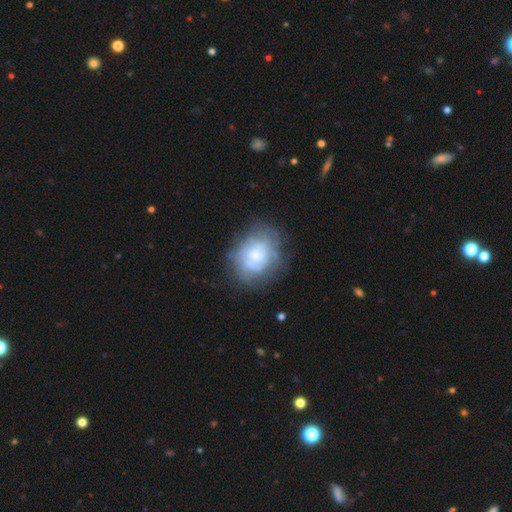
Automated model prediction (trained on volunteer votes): Overall: featured or disk (56%; smooth 37%). Edge-on disk: no (97%). Bar: no (73%). Spiral arms: yes (55%; no 45%). Bulge size: small (56%; moderate 33%). Merging: none (64%).